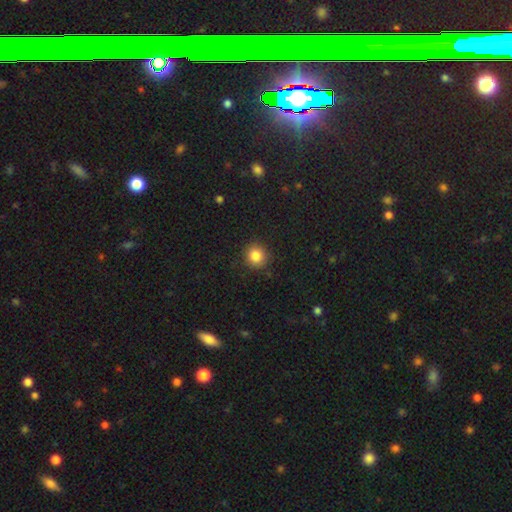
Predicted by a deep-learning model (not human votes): Morphology: type=smooth (85%); roundness=round (90%); merging=none (90%).